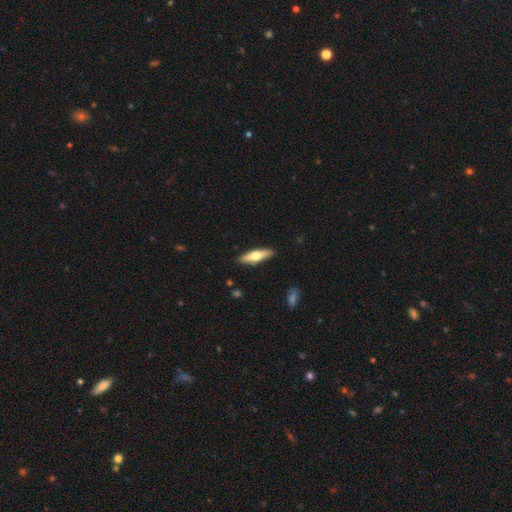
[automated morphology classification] smooth 50%, featured or disk 45%, star or artifact 5%. Down the decision tree: merging — none (89%).